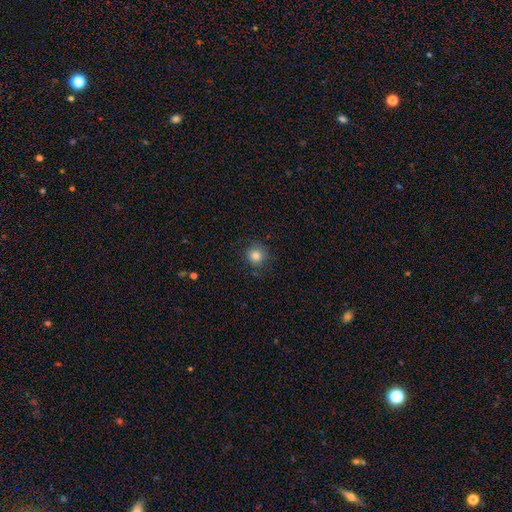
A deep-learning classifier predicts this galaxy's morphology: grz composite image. It shows a smooth galaxy with no disk features (83%) that is round (92%). Merging: none (85%).